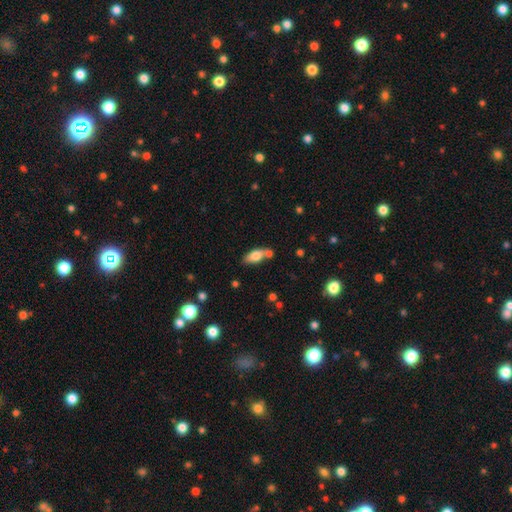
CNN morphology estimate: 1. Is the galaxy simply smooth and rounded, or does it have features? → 74% smooth, 19% featured or disk, 7% star or artifact.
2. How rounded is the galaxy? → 82% in between, 15% cigar-shaped, 3% round.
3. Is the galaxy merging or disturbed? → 61% none, 19% merger, 16% minor disturbance, 4% major disturbance.